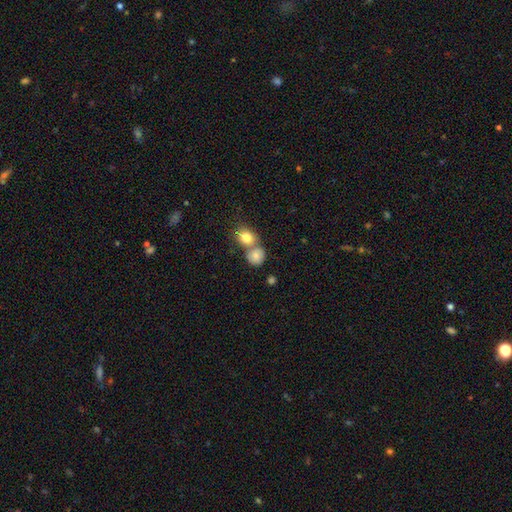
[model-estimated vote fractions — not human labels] Smooth or featured? Predicted: smooth (p=0.81). How rounded? Predicted: round (p=0.76). Merging? Predicted: merger (p=0.48).